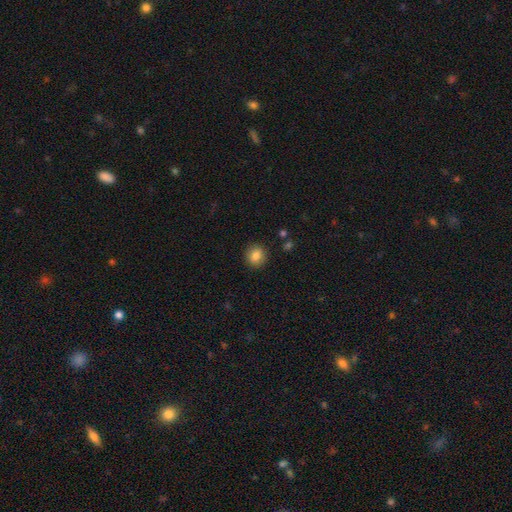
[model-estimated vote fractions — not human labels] Q: Smooth or featured?
A: smooth (84%); runner-up: star or artifact (10%)
Q: How rounded?
A: round (85%); runner-up: in between (14%)
Q: Merging?
A: none (90%); runner-up: minor disturbance (7%)